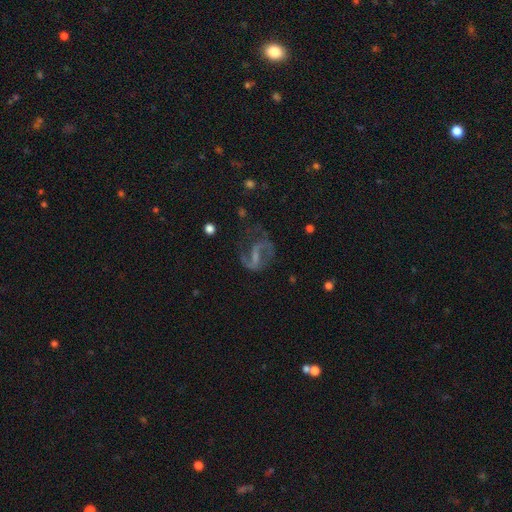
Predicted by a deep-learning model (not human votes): Overall: featured or disk (77%). Edge-on disk: no (97%). Bar: weak (43%; strong 37%). Spiral arms: yes (86%). Spiral arm count: 2 (82%). Spiral winding: loose (46%; medium 43%). Bulge size: none (41%; small 39%). Merging: none (52%; major disturbance 27%).